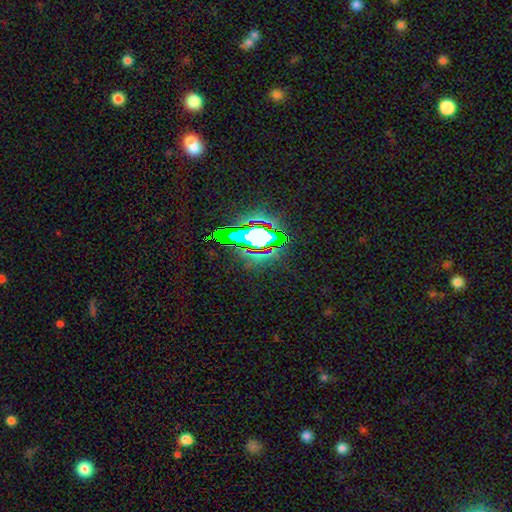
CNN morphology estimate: A star or artifact, not a galaxy (77%).

Vote fractions:
- Smooth or featured? star or artifact: 77% / smooth: 13% / featured or disk: 10%